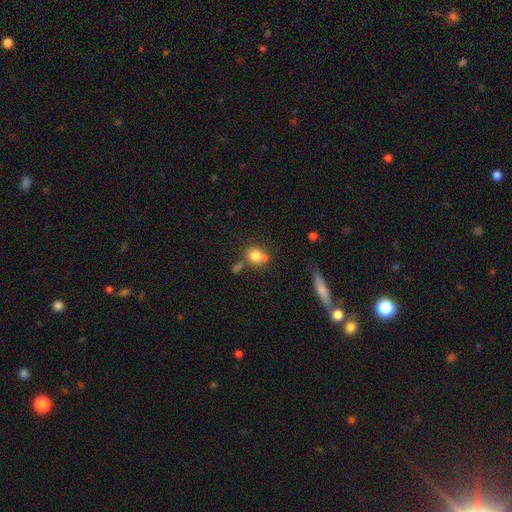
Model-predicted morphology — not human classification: type=smooth (77%); roundness=round (70%); merging=none (55%).